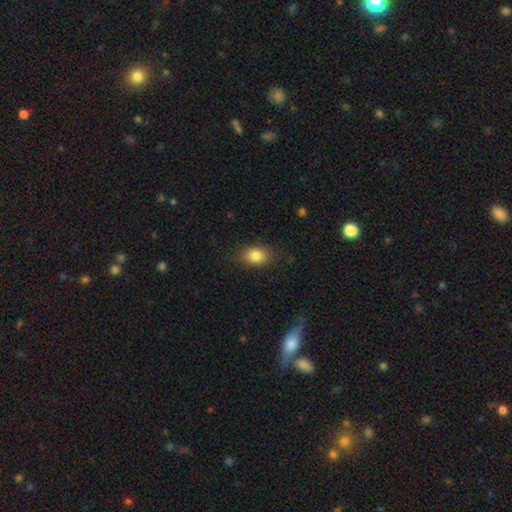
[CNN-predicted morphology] Q: Smooth or featured?
A: smooth (83%); runner-up: star or artifact (9%)
Q: How rounded?
A: in between (76%); runner-up: round (23%)
Q: Merging?
A: none (83%); runner-up: minor disturbance (13%)